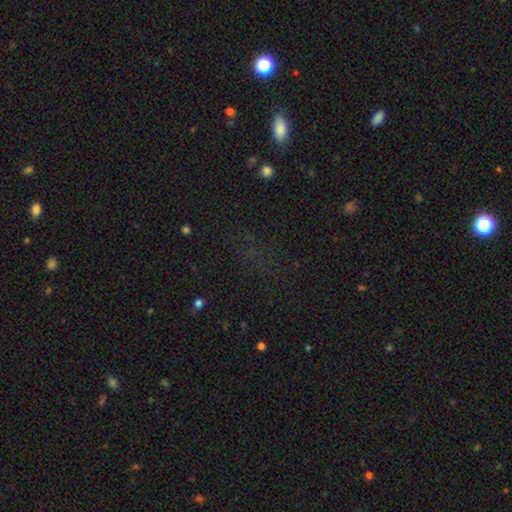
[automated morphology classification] smooth_or_featured: star or artifact (p=0.59) [alt: smooth p=0.30]